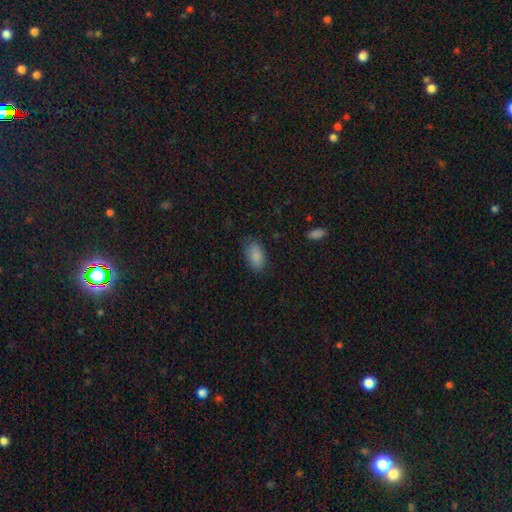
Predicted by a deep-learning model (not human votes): smooth 87%, star or artifact 7%, featured or disk 6%. Down the decision tree: how rounded — in between (93%); merging — none (76%).